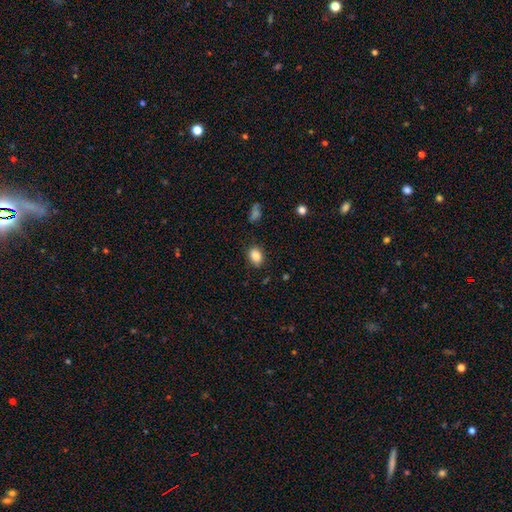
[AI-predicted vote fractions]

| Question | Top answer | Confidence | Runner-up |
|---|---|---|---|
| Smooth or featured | smooth | 86% | star or artifact (9%) |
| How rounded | in between | 71% | round (27%) |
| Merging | none | 83% | minor disturbance (12%) |